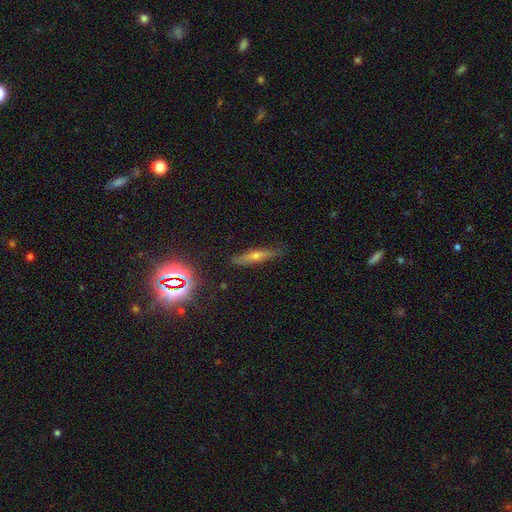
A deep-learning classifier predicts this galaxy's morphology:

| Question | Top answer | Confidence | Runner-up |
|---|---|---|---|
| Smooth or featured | featured or disk | 47% | smooth (32%) |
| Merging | none | 85% | minor disturbance (11%) |